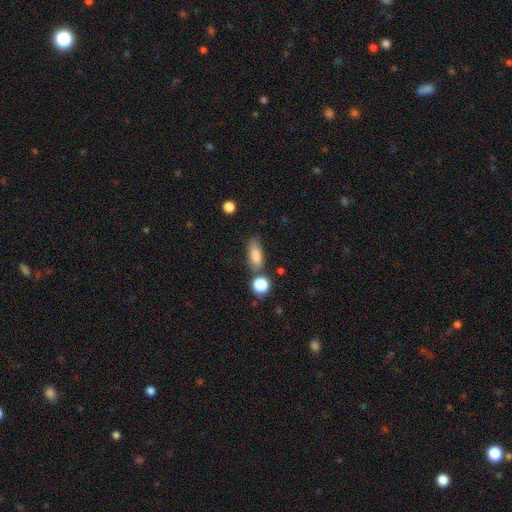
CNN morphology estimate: smooth-or-featured: smooth: 83% | star or artifact: 9% | featured or disk: 8%
  how-rounded: in between: 76% | cigar-shaped: 18% | round: 6%
  merging: none: 63% | minor disturbance: 21% | merger: 10% | major disturbance: 6%